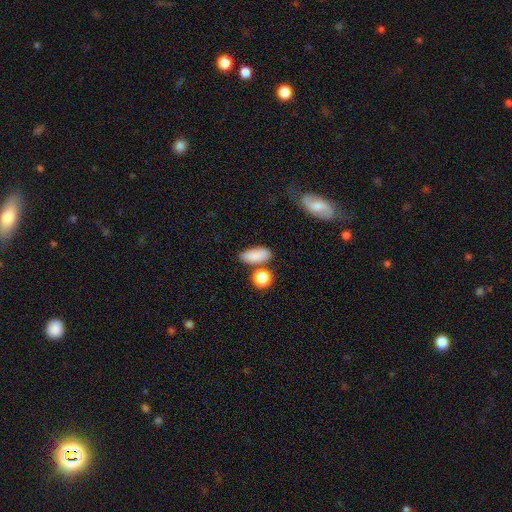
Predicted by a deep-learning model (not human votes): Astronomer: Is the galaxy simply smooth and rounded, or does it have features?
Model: smooth — 85%.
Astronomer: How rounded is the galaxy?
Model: in between — 83%.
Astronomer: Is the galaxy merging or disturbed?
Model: none — 71%.